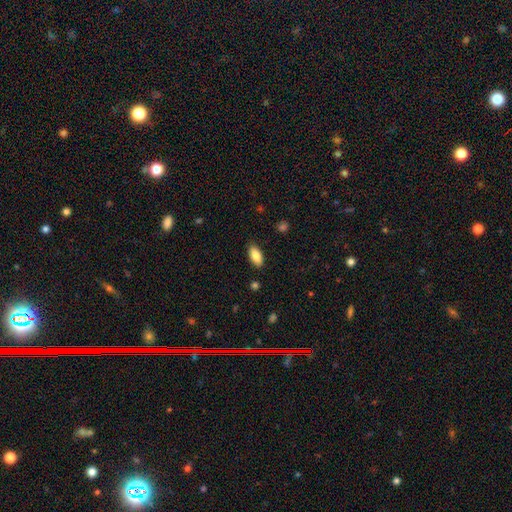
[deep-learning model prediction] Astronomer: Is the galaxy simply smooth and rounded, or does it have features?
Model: smooth — 85%.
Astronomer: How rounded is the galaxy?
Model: in between — 89%.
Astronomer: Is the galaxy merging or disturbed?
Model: none — 87%.